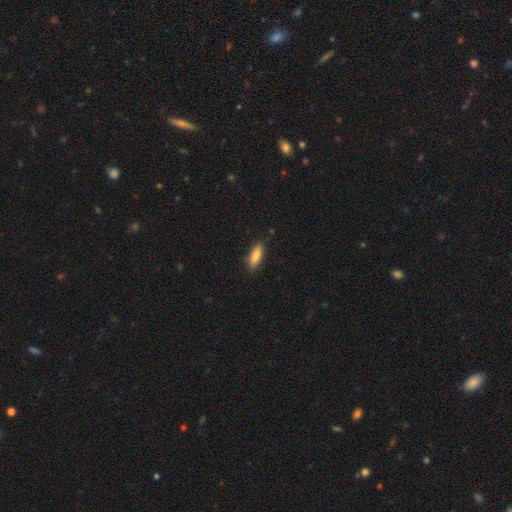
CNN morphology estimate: The model was most divided on "how rounded": cigar-shaped: 51%, in between: 48%, round: 2%. More confident: merging — none (86%); smooth or featured — smooth (84%).